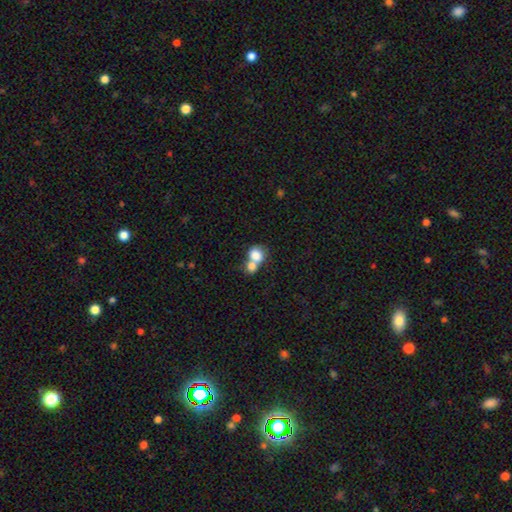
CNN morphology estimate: smooth-or-featured: smooth: 79% | featured or disk: 12% | star or artifact: 8%
  how-rounded: round: 58% | in between: 41% | cigar-shaped: 1%
  merging: merger: 68% | none: 22% | minor disturbance: 6% | major disturbance: 4%